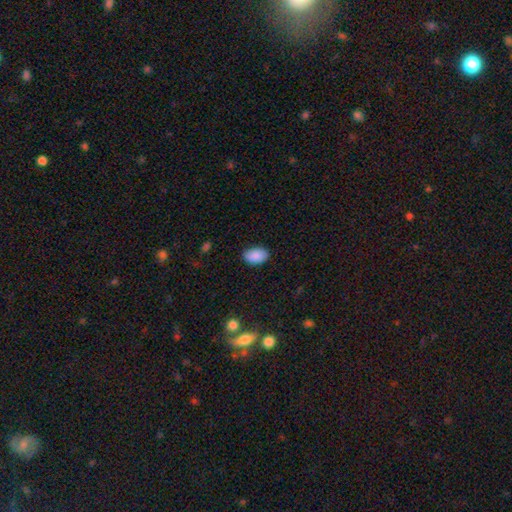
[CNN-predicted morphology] This is clearly a smooth galaxy (89%). How rounded: clearly in between (91%). Merging: clearly none (84%).